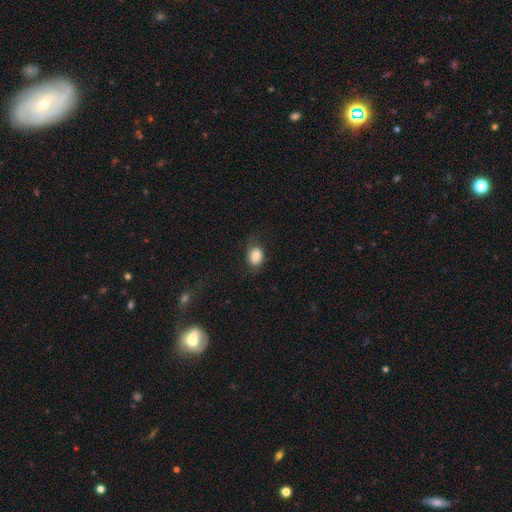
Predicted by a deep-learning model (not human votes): A smooth galaxy with no disk features (83%) that is in between round and cigar-shaped (55%). Merging: none (71%).